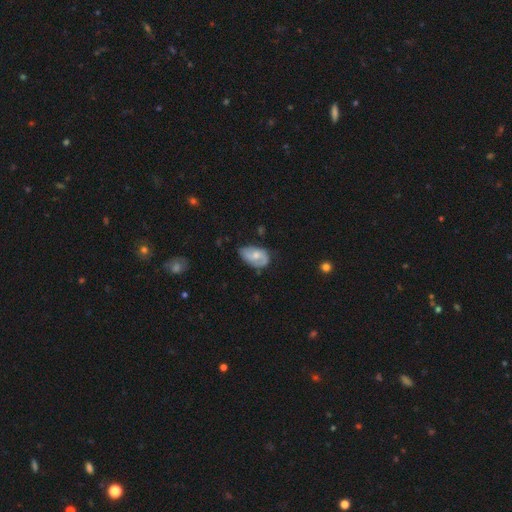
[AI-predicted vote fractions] Q: Smooth or featured?
A: featured or disk (48%); runner-up: smooth (46%)
Q: Merging?
A: none (49%); runner-up: minor disturbance (37%)